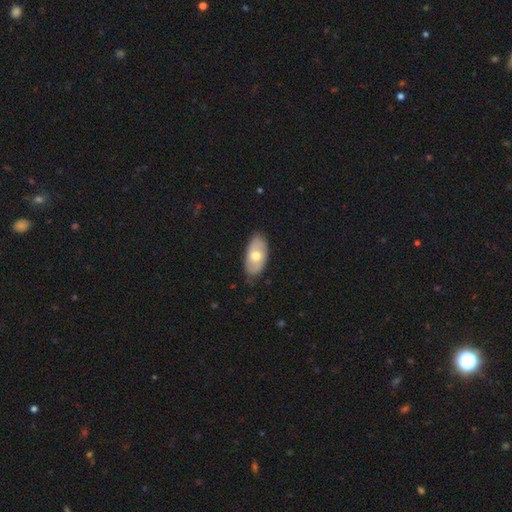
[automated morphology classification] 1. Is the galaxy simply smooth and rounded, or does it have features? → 62% smooth, 33% featured or disk, 6% star or artifact.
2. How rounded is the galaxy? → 93% in between, 4% round, 3% cigar-shaped.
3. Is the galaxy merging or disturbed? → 76% none, 20% minor disturbance, 3% major disturbance, 1% merger.